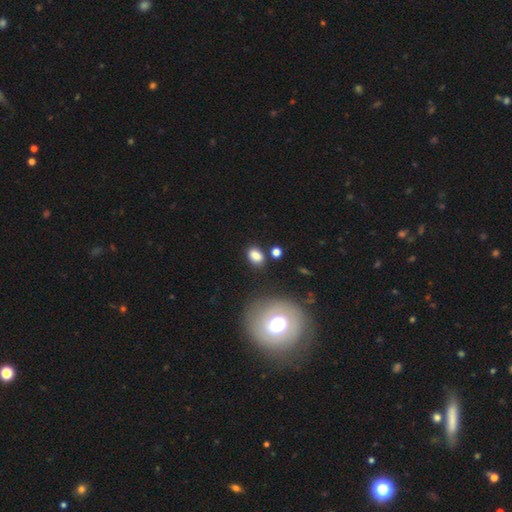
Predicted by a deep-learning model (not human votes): A smooth galaxy with no disk features (83%) that is in between round and cigar-shaped (77%). Merging: none (75%).